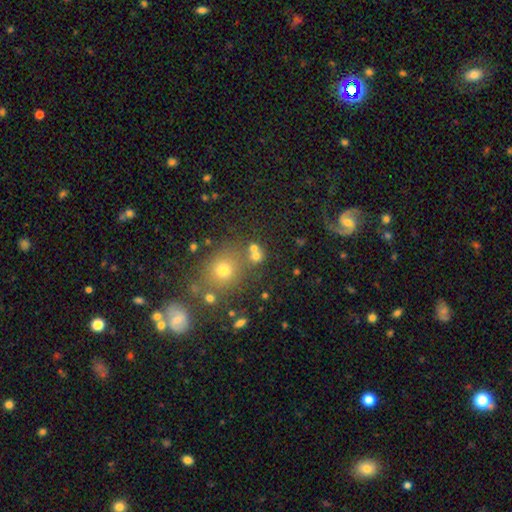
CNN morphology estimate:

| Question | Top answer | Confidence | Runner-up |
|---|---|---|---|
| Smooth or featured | smooth | 68% | star or artifact (21%) |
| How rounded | round | 79% | in between (19%) |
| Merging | none | 59% | merger (26%) |